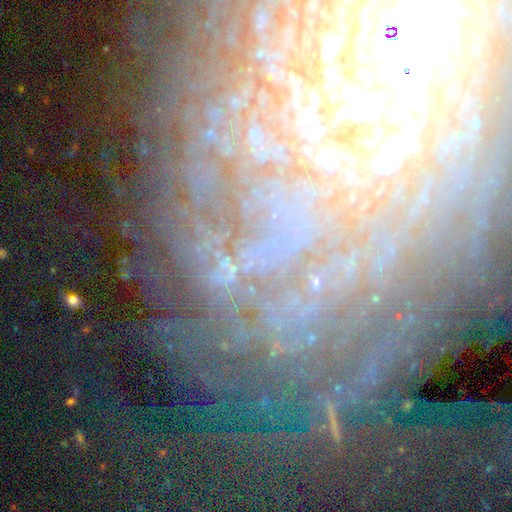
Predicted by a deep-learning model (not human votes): This is possibly a star or artifact rather than a galaxy (55%).